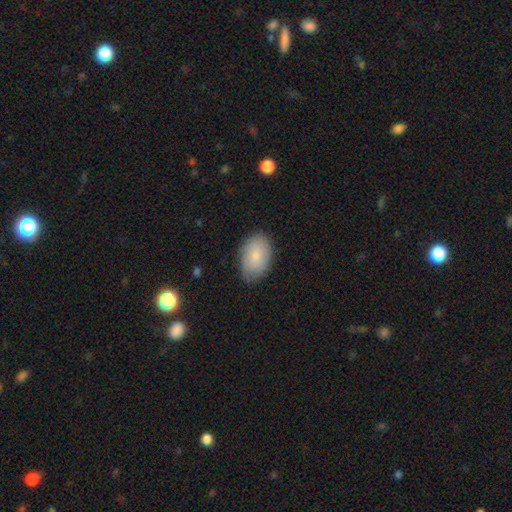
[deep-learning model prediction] Morphology: type=smooth (82%); roundness=in between (90%); merging=none (78%).